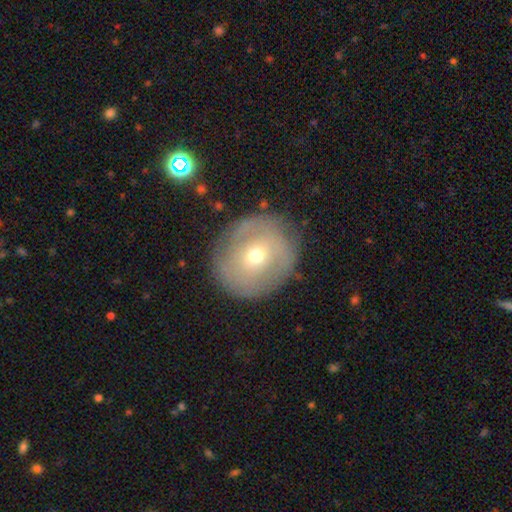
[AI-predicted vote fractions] smooth 45% (tied), featured or disk 45% (tied), star or artifact 9%. Down the decision tree: merging — none (80%).